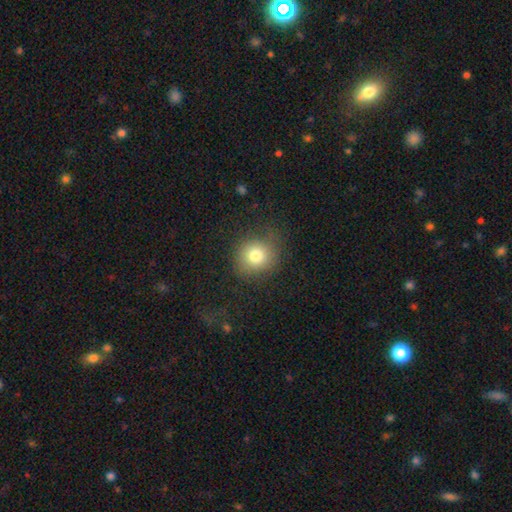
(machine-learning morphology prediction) smooth_or_featured: smooth (p=0.77) [alt: star or artifact p=0.12]
how_rounded: round (p=0.84) [alt: in between p=0.15]
merging: none (p=0.78) [alt: minor disturbance p=0.13]